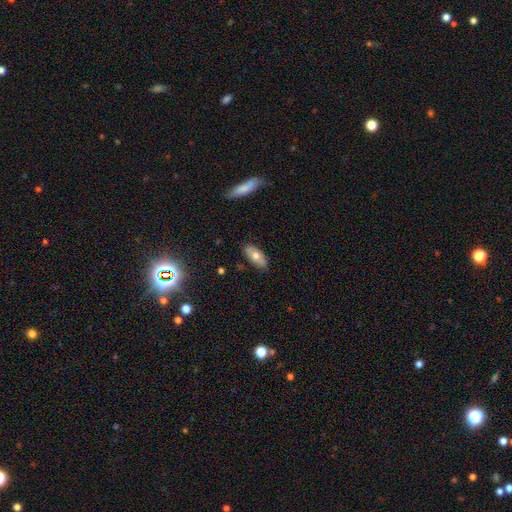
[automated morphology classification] Overall: smooth (67%). How rounded: in between (86%). Merging: none (85%).